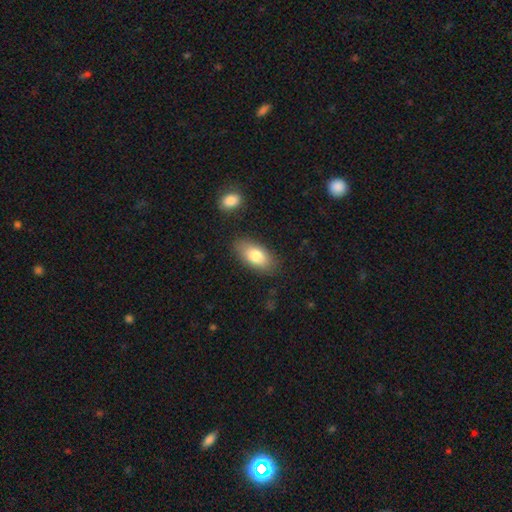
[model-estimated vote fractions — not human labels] A smooth galaxy with no disk features (79%) that is in between round and cigar-shaped (91%). Merging: none (83%).